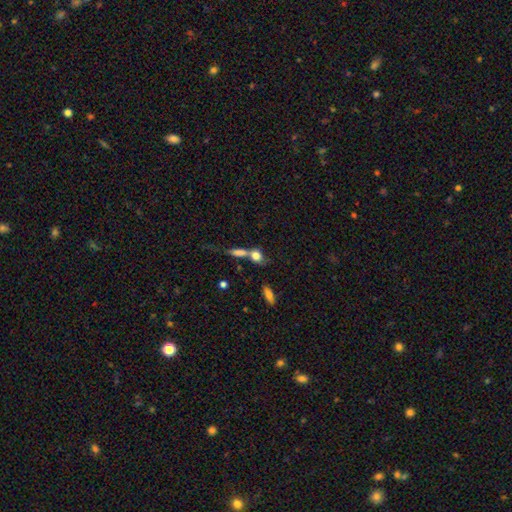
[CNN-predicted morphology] A smooth galaxy with no disk features (74%) that is round (45%).

Vote fractions:
- Smooth or featured? smooth: 74% / featured or disk: 16% / star or artifact: 10%
- How rounded? round: 45% / in between: 44% / cigar-shaped: 11%
- Merging? merger: 48% / none: 32% / minor disturbance: 11% / major disturbance: 9%